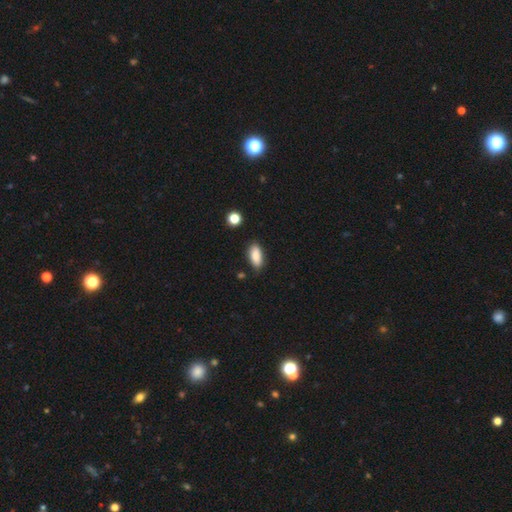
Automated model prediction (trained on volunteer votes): Smooth or featured? smooth (87%)
How rounded? in between (87%)
Merging? none (82%)